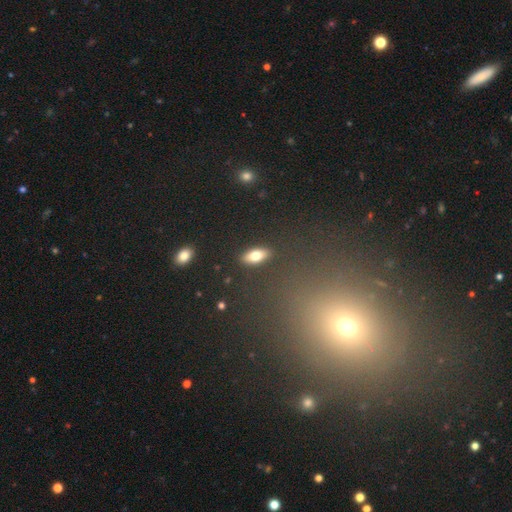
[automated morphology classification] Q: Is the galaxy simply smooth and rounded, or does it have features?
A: smooth — 73%.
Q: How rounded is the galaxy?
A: in between — 82%.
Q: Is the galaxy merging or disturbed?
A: none — 88%.